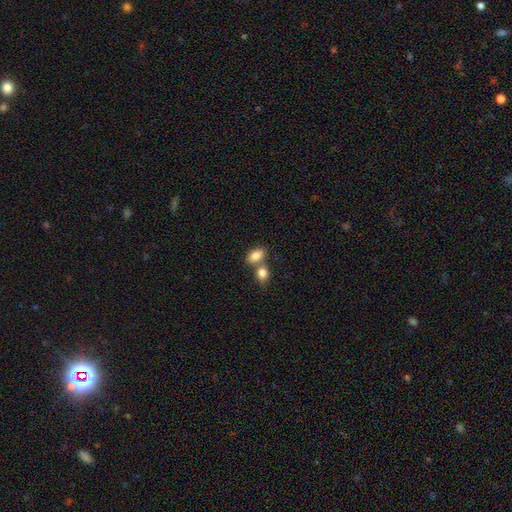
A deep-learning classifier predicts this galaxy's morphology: The model was most divided on "merging": merger: 45%, none: 43%, minor disturbance: 9%, major disturbance: 3%. More confident: how rounded — in between (87%); smooth or featured — smooth (84%).